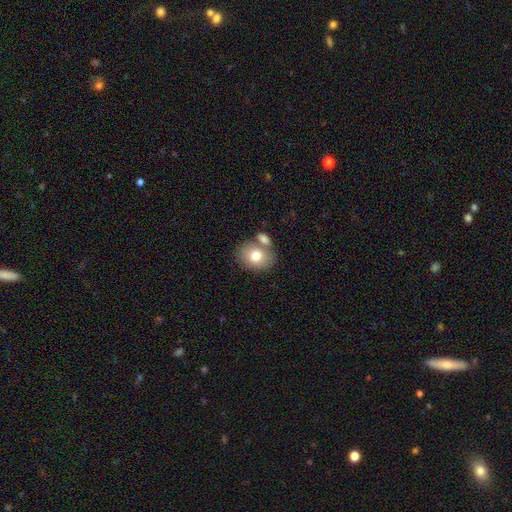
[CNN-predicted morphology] This appears to be a smooth galaxy with no disk features (76%) that is in between round and cigar-shaped (58%). Merging: none (55%).